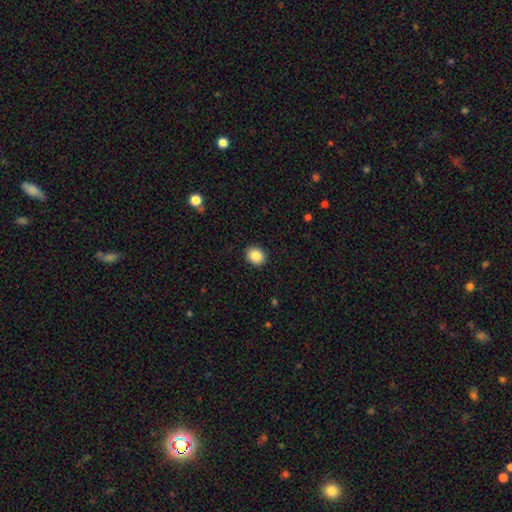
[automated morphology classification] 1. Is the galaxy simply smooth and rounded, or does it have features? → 86% smooth, 9% star or artifact, 5% featured or disk.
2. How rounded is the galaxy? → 74% round, 25% in between, 1% cigar-shaped.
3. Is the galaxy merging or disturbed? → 91% none, 6% minor disturbance, 2% major disturbance, 1% merger.